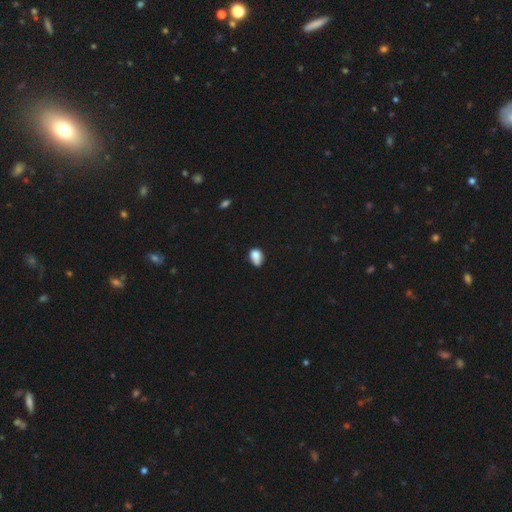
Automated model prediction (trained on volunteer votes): Smooth or featured?
  - smooth: 82% *
  - star or artifact: 10%
  - featured or disk: 8%
How rounded?
  - in between: 78% *
  - round: 21%
  - cigar-shaped: 1%
Merging?
  - none: 49% *
  - minor disturbance: 37%
  - major disturbance: 8%
  - merger: 5%